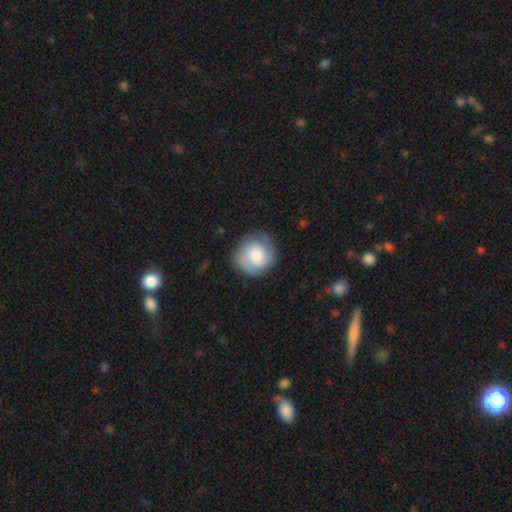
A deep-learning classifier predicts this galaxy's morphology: featured or disk 47%, smooth 46%, star or artifact 7%. Down the decision tree: merging — none (78%).